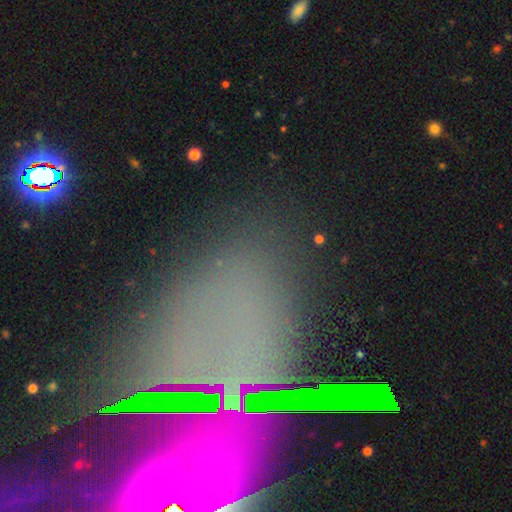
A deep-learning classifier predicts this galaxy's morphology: The model was most divided on "smooth or featured": star or artifact: 63%, smooth: 20%, featured or disk: 17%.